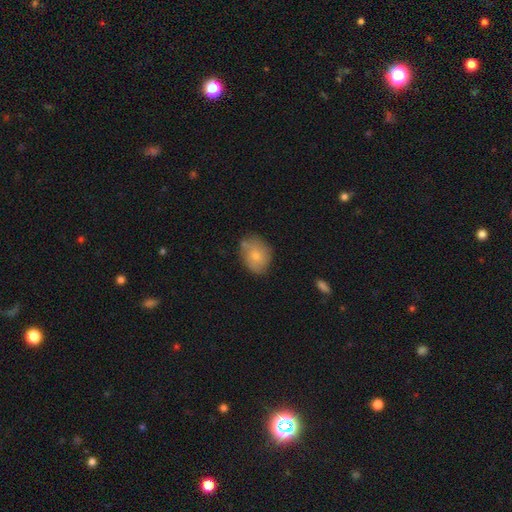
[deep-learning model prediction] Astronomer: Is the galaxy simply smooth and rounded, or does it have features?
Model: smooth — 74%.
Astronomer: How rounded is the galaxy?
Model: in between — 62%.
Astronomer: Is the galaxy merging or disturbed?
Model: none — 64%.